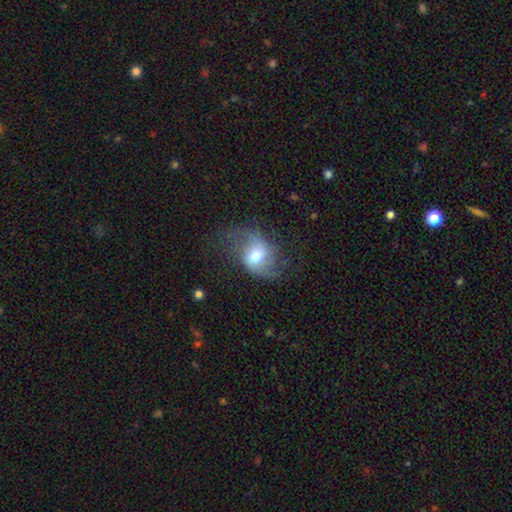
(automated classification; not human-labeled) Q: Smooth or featured?
A: featured or disk (55%); runner-up: smooth (35%)
Q: Edge-on disk?
A: no (96%); runner-up: yes (4%)
Q: Bar?
A: no (51%); runner-up: weak (38%)
Q: Spiral arms?
A: yes (76%); runner-up: no (24%)
Q: Bulge size?
A: moderate (68%); runner-up: small (16%)
Q: Merging?
A: none (50%); runner-up: major disturbance (26%)